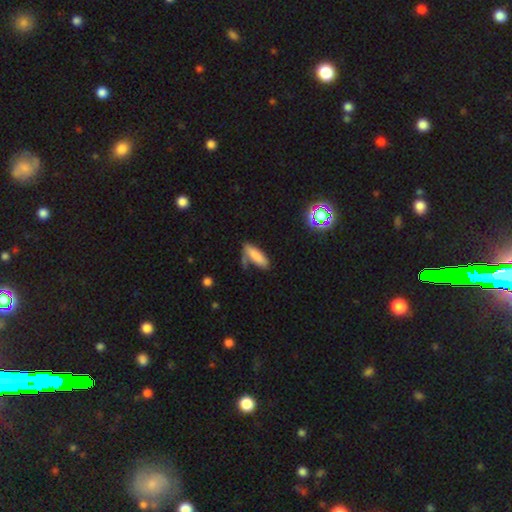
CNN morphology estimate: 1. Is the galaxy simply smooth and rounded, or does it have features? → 79% smooth, 12% featured or disk, 9% star or artifact.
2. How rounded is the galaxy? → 58% in between, 40% cigar-shaped, 2% round.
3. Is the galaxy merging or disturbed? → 51% none, 21% minor disturbance, 15% merger, 13% major disturbance.